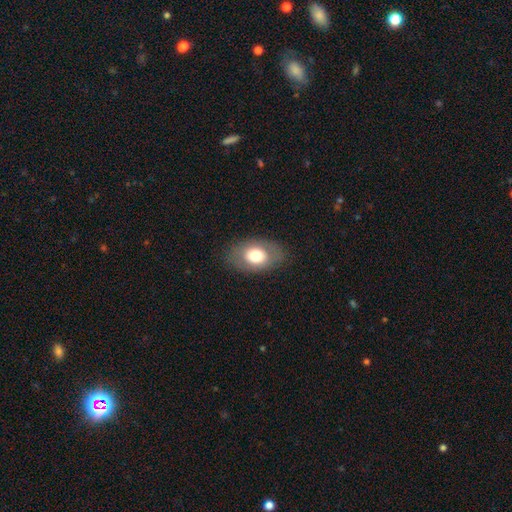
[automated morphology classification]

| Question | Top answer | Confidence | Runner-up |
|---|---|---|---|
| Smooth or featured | smooth | 71% | featured or disk (21%) |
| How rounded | in between | 85% | round (14%) |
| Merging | none | 82% | minor disturbance (12%) |